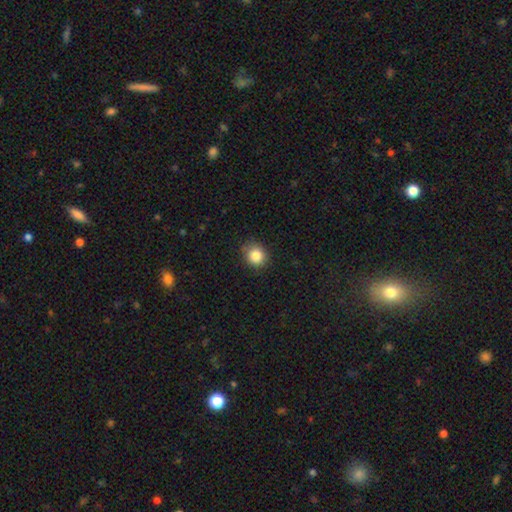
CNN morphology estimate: A smooth galaxy with no disk features (85%) that is round (82%).

Vote fractions:
- Smooth or featured? smooth: 85% / star or artifact: 10% / featured or disk: 5%
- How rounded? round: 82% / in between: 17% / cigar-shaped: 1%
- Merging? none: 82% / minor disturbance: 14% / major disturbance: 3% / merger: 1%